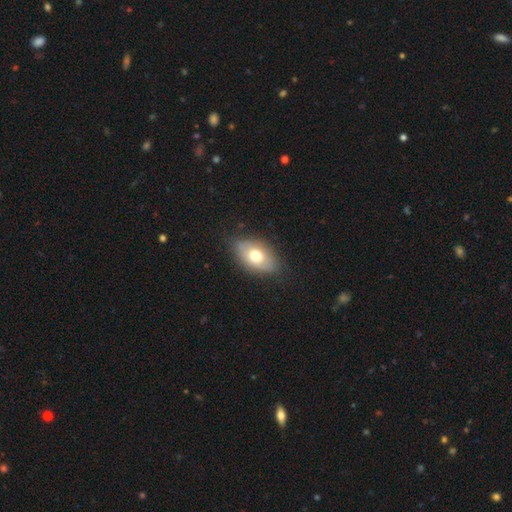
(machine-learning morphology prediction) smooth-or-featured: smooth: 68% | featured or disk: 24% | star or artifact: 7%
  how-rounded: in between: 89% | round: 9% | cigar-shaped: 2%
  merging: none: 79% | minor disturbance: 17% | major disturbance: 4% | merger: 1%